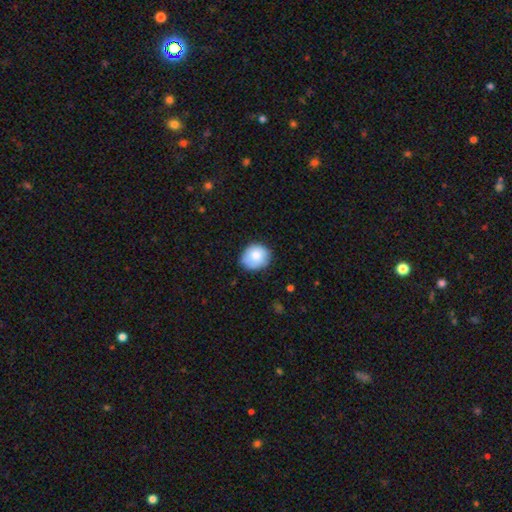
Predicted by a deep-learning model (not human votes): The model was most divided on "how rounded": round: 74%, in between: 25%, cigar-shaped: 1%. More confident: smooth or featured — smooth (78%); merging — none (73%).